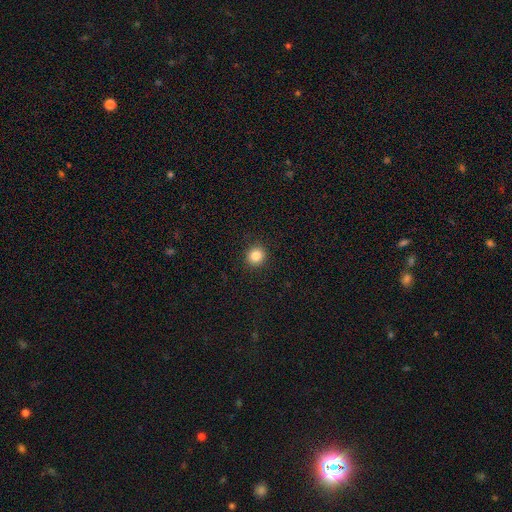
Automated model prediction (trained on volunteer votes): smooth-or-featured: smooth: 84% | star or artifact: 11% | featured or disk: 5%
  how-rounded: round: 92% | in between: 7% | cigar-shaped: 1%
  merging: none: 92% | minor disturbance: 5% | major disturbance: 2% | merger: 1%